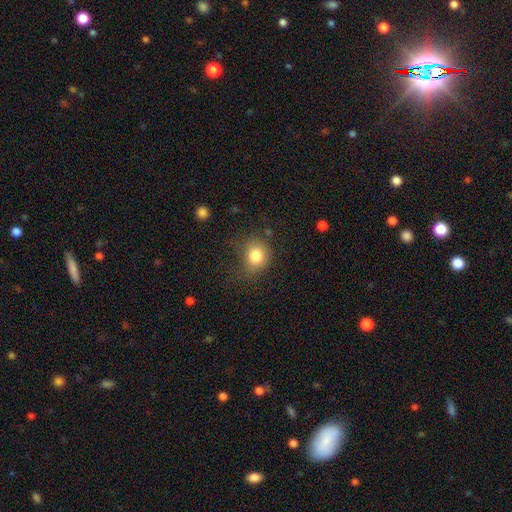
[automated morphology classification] type=smooth (81%); roundness=round (68%); merging=none (58%).